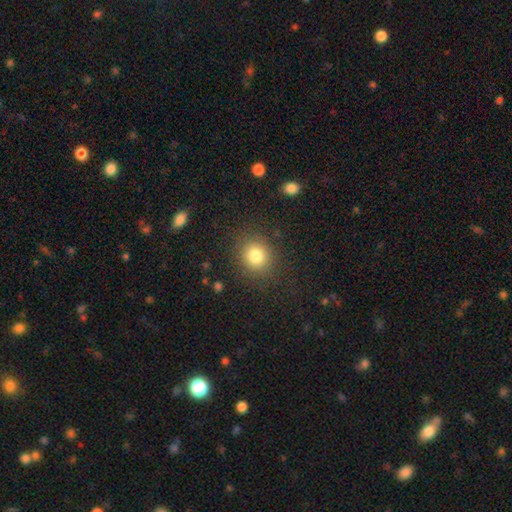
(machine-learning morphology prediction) Smooth or featured? Predicted: smooth (p=0.81). How rounded? Predicted: round (p=0.81). Merging? Predicted: none (p=0.86).